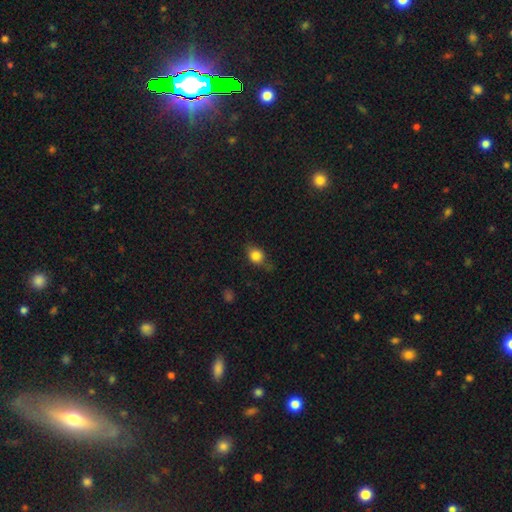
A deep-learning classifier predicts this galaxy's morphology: Q: Smooth or featured?
A: smooth (80%); runner-up: featured or disk (11%)
Q: How rounded?
A: round (49%); runner-up: in between (48%)
Q: Merging?
A: none (61%); runner-up: minor disturbance (28%)